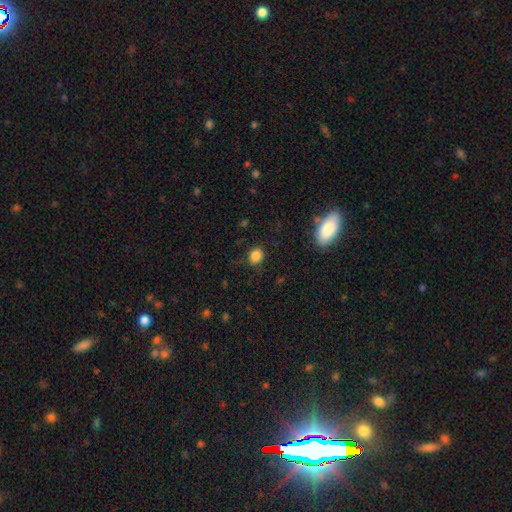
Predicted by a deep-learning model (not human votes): Smooth or featured: smooth — 84% (star or artifact — 12%)
How rounded: round — 67% (in between — 32%)
Merging: none — 82% (minor disturbance — 13%)